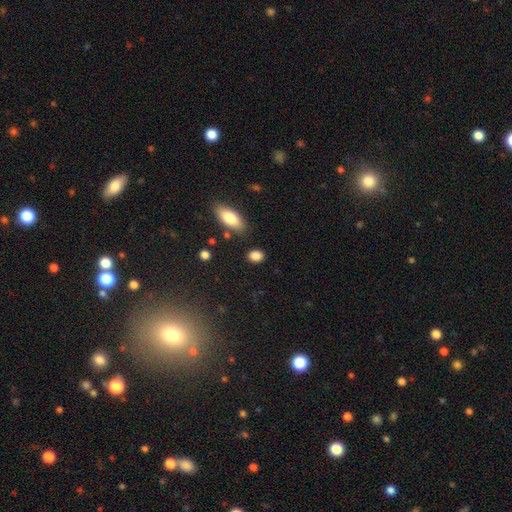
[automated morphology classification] Q: Smooth or featured?
A: smooth (86%); runner-up: star or artifact (9%)
Q: How rounded?
A: in between (67%); runner-up: round (31%)
Q: Merging?
A: none (83%); runner-up: minor disturbance (11%)